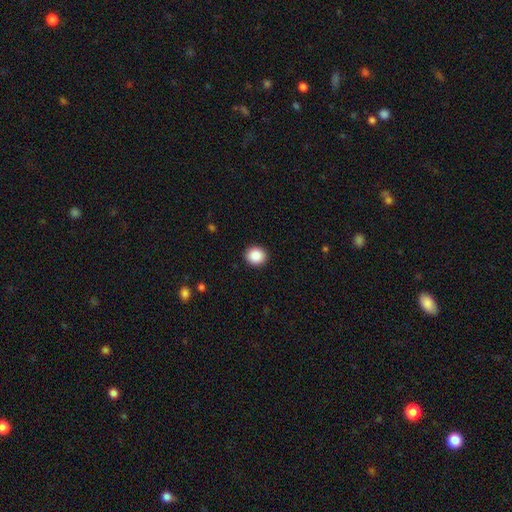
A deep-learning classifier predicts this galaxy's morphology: smooth-or-featured: smooth: 88% | star or artifact: 8% | featured or disk: 4%
  how-rounded: round: 84% | in between: 16% | cigar-shaped: 1%
  merging: none: 92% | minor disturbance: 5% | major disturbance: 2% | merger: 1%